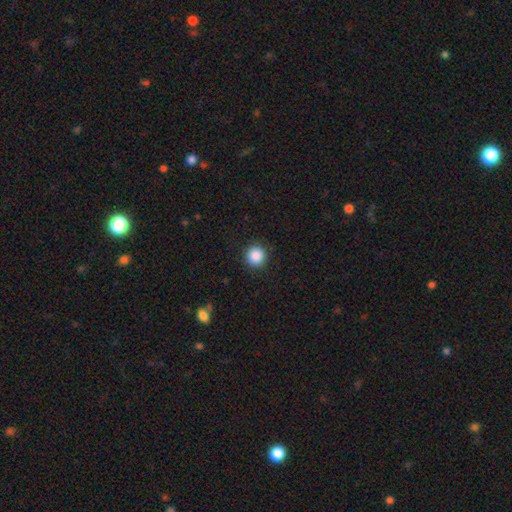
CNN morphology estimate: Overall: smooth (88%). How rounded: round (95%). Merging: none (92%).